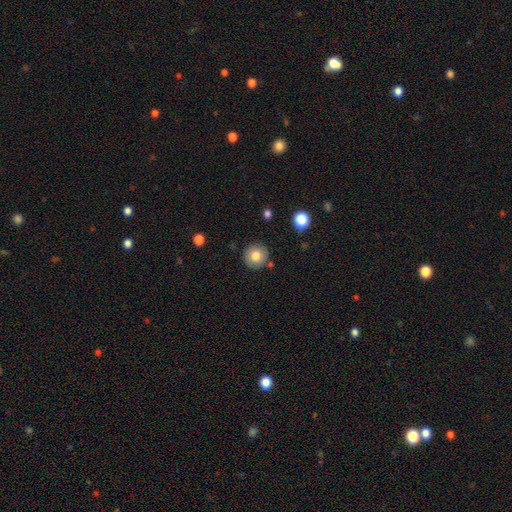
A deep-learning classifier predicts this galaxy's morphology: Overall: smooth (80%). How rounded: round (94%). Merging: none (87%).